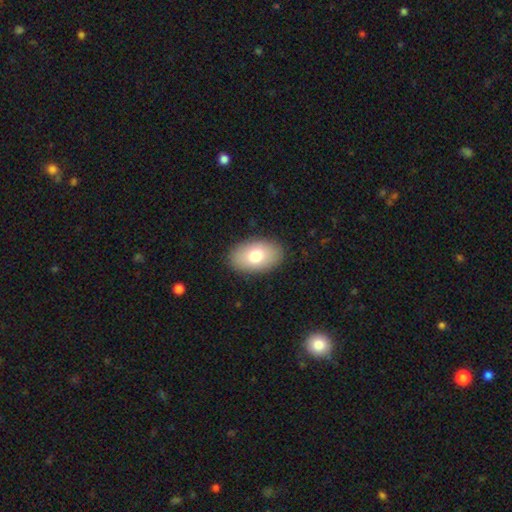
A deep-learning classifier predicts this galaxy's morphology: Overall: smooth (76%). How rounded: in between (91%). Merging: none (88%).